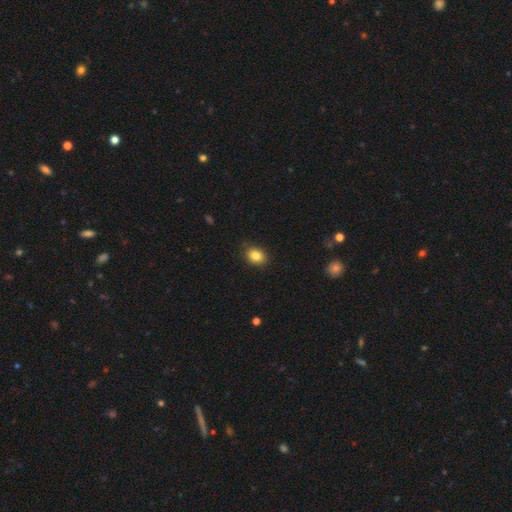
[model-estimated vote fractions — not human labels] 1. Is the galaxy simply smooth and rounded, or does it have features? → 85% smooth, 9% star or artifact, 6% featured or disk.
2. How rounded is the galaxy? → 57% in between, 42% round, 1% cigar-shaped.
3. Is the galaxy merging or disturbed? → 87% none, 10% minor disturbance, 2% major disturbance, 1% merger.